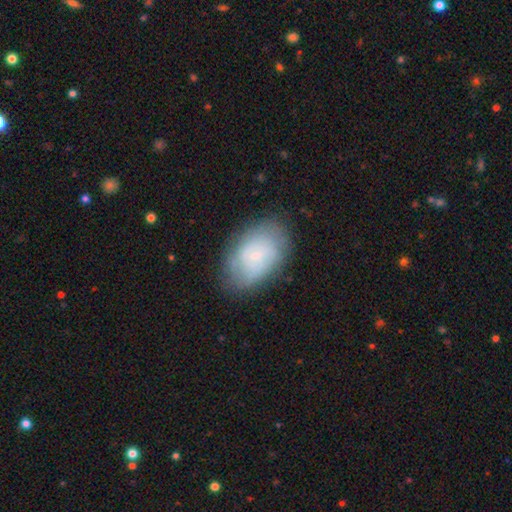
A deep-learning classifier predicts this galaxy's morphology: Overall: featured or disk (52%; smooth 40%). Edge-on disk: no (96%). Merging: none (74%).